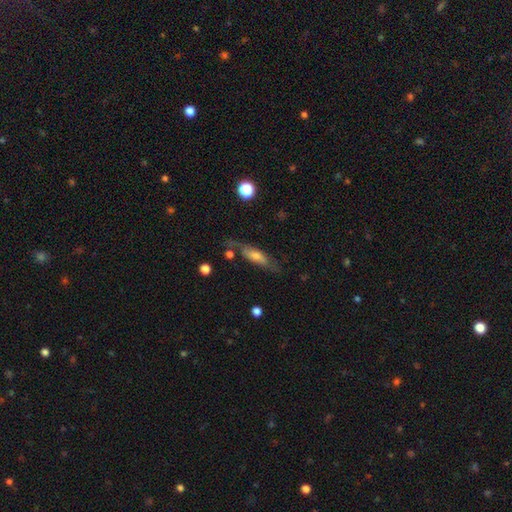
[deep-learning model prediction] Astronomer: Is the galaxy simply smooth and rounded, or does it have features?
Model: featured or disk — 50% (runner-up: smooth, 42%).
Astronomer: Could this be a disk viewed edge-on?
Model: no — 51% (runner-up: yes, 49%).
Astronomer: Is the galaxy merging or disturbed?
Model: none — 61%.